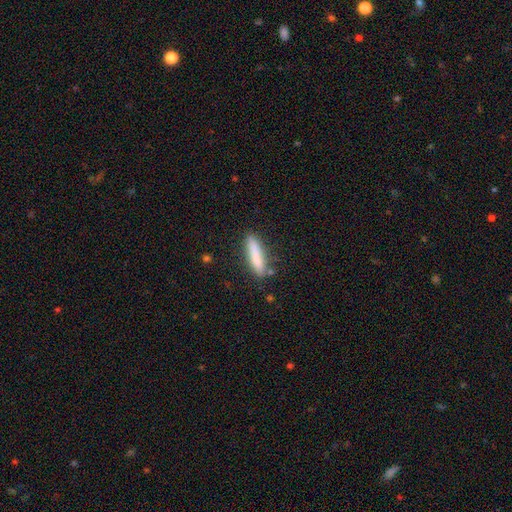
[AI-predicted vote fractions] Q: Smooth or featured?
A: smooth (80%); runner-up: featured or disk (13%)
Q: How rounded?
A: cigar-shaped (85%); runner-up: in between (14%)
Q: Merging?
A: none (82%); runner-up: minor disturbance (12%)